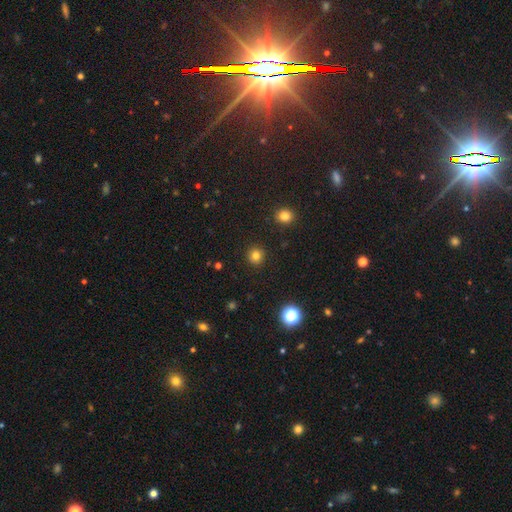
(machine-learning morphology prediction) Smooth or featured? smooth (80%)
How rounded? round (93%)
Merging? none (92%)